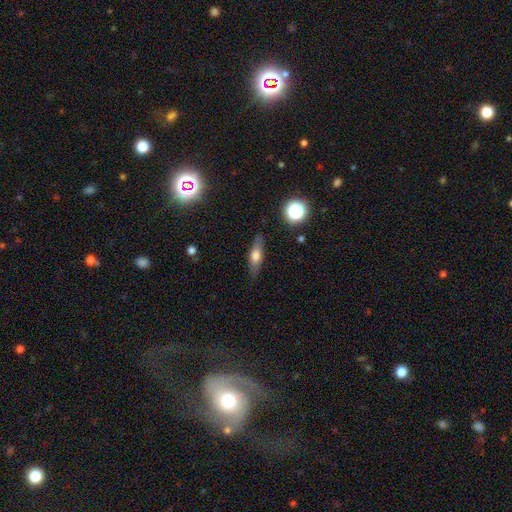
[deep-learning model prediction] smooth-or-featured: smooth: 54% | featured or disk: 37% | star or artifact: 9%
  how-rounded: cigar-shaped: 54% | in between: 41% | round: 6%
  merging: none: 84% | minor disturbance: 11% | major disturbance: 3% | merger: 1%